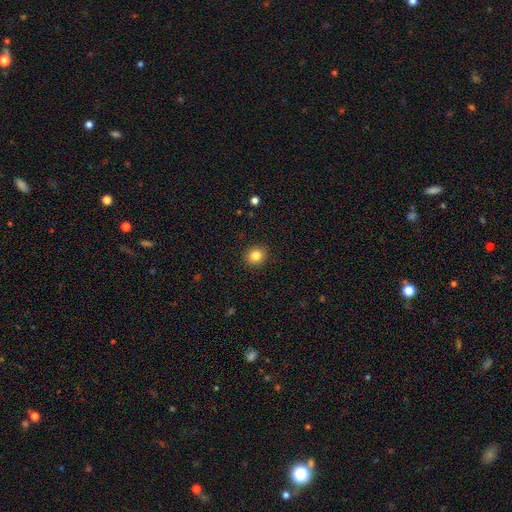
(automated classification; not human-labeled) Smooth or featured? smooth (84%)
How rounded? round (80%)
Merging? none (91%)